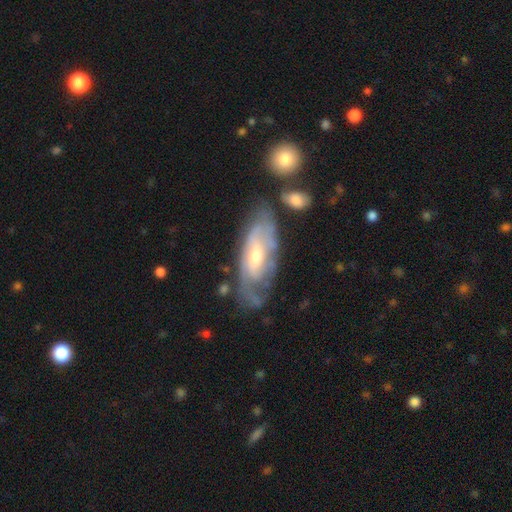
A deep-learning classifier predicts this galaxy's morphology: Smooth or featured? Predicted: featured or disk (p=0.77). Edge-on disk? Predicted: no (p=0.86). Bar? Predicted: no (p=0.50). Spiral arms? Predicted: yes (p=0.83). Spiral winding? Predicted: tight (p=0.57). Spiral arm count? Predicted: can't tell (p=0.56). Bulge size? Predicted: moderate (p=0.56). Merging? Predicted: none (p=0.59).